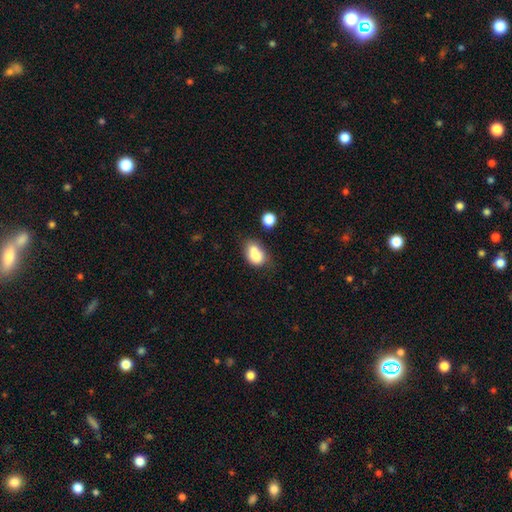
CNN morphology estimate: Q: Smooth or featured?
A: smooth (79%); runner-up: featured or disk (12%)
Q: How rounded?
A: in between (78%); runner-up: round (20%)
Q: Merging?
A: none (41%); runner-up: merger (32%)